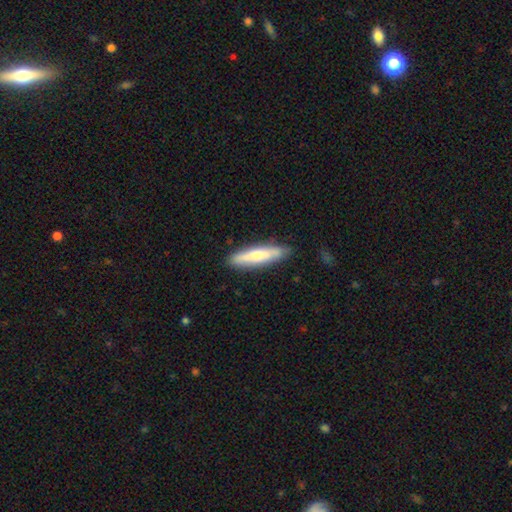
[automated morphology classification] A smooth galaxy with no disk features (57%) that is cigar-shaped (84%).

Vote fractions:
- Smooth or featured? smooth: 57% / featured or disk: 37% / star or artifact: 6%
- How rounded? cigar-shaped: 84% / in between: 15% / round: 1%
- Merging? none: 87% / minor disturbance: 10% / major disturbance: 2% / merger: 1%